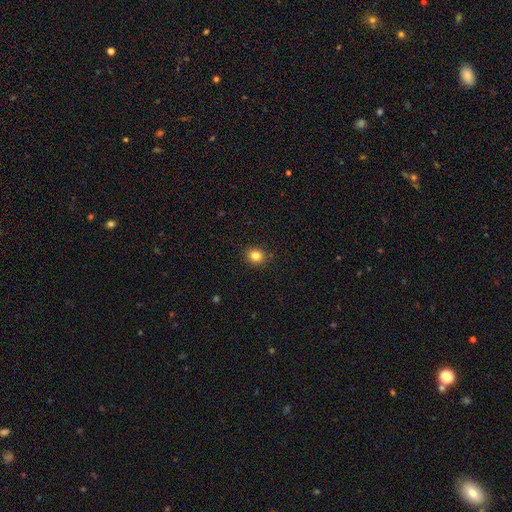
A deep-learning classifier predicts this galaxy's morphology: Q: Smooth or featured?
A: smooth (83%); runner-up: star or artifact (12%)
Q: How rounded?
A: round (82%); runner-up: in between (17%)
Q: Merging?
A: none (90%); runner-up: minor disturbance (7%)